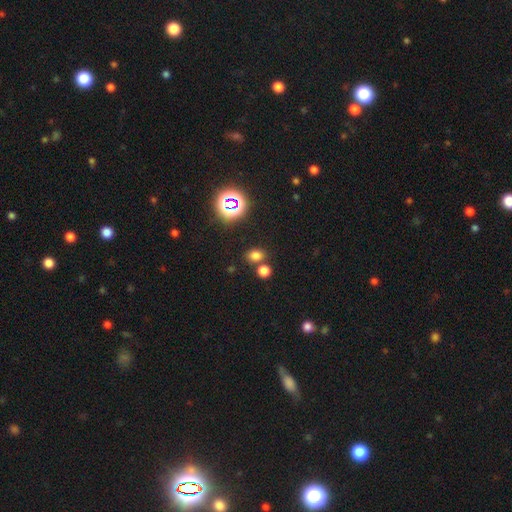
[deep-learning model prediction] Q: Smooth or featured?
A: smooth (70%); runner-up: star or artifact (24%)
Q: How rounded?
A: in between (58%); runner-up: round (40%)
Q: Merging?
A: none (69%); runner-up: merger (19%)